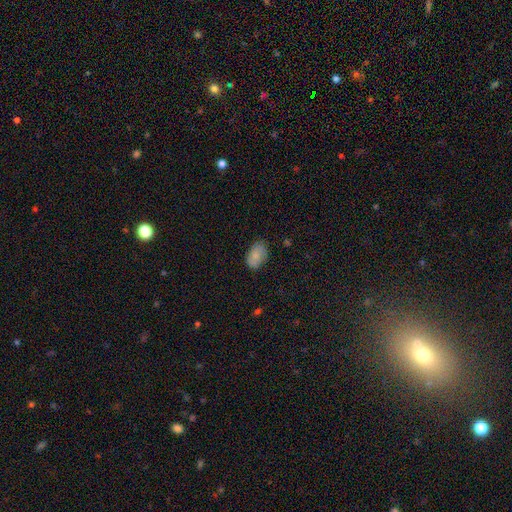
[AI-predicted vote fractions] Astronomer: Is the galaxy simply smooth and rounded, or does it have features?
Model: smooth — 80%.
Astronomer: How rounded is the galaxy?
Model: in between — 89%.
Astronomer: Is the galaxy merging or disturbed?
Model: none — 74%.